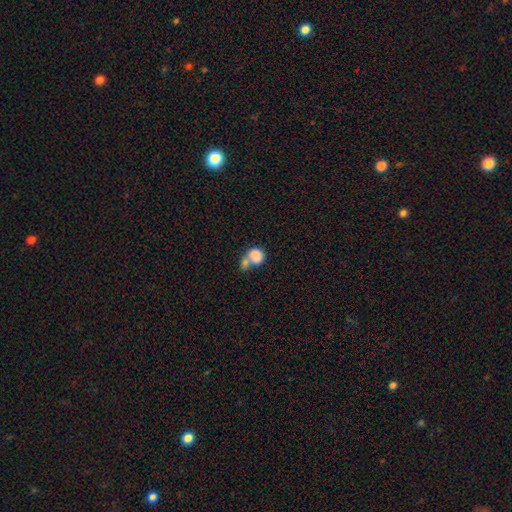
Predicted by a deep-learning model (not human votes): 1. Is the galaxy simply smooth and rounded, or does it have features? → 78% smooth, 13% featured or disk, 8% star or artifact.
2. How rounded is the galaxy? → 63% round, 36% in between, 1% cigar-shaped.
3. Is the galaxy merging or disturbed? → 65% merger, 20% none, 8% minor disturbance, 7% major disturbance.